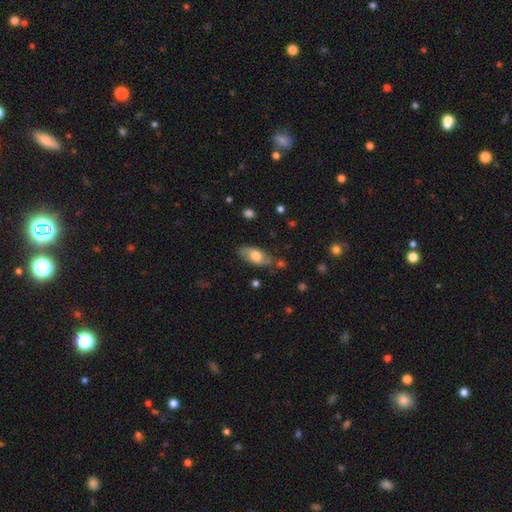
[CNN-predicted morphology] smooth 60%, featured or disk 33%, star or artifact 7%. Down the decision tree: how rounded — in between (86%); merging — none (70%).